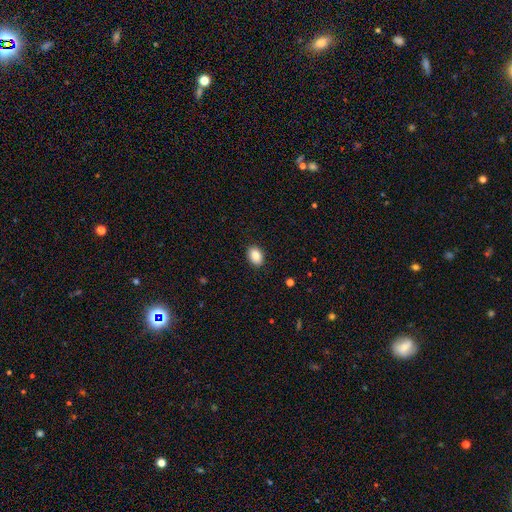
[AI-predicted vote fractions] Smooth or featured? Predicted: smooth (p=0.89). How rounded? Predicted: in between (p=0.82). Merging? Predicted: none (p=0.89).